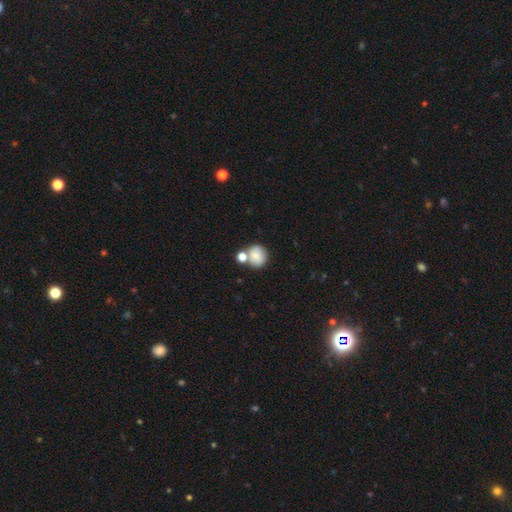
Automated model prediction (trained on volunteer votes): This appears to be a smooth galaxy with no disk features (80%) that is round (82%). Merging: none (52%).